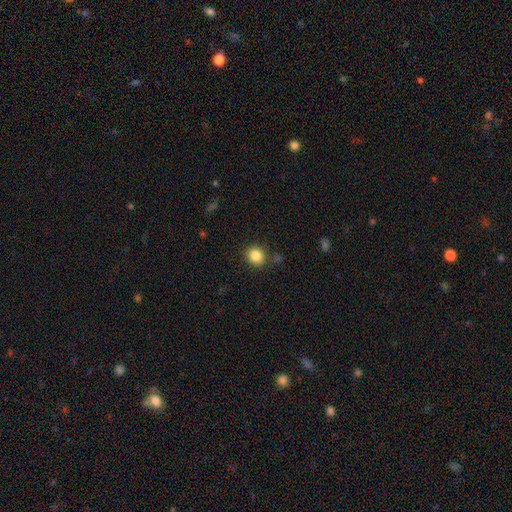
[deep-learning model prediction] A smooth galaxy with no disk features (85%) that is round (74%). Merging: none (83%).